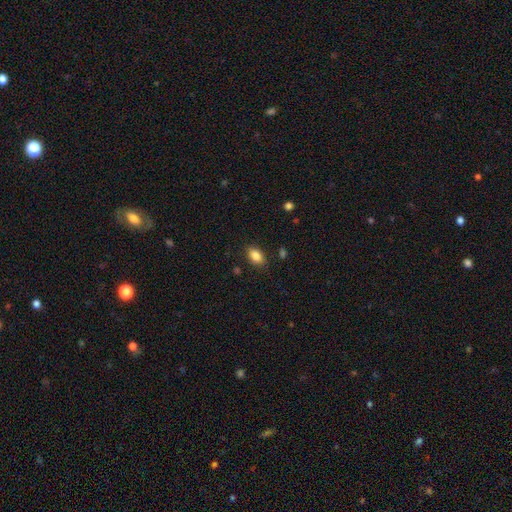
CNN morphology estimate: The model was most divided on "merging": none: 86%, minor disturbance: 10%, major disturbance: 3%, merger: 1%. More confident: how rounded — in between (89%); smooth or featured — smooth (87%).